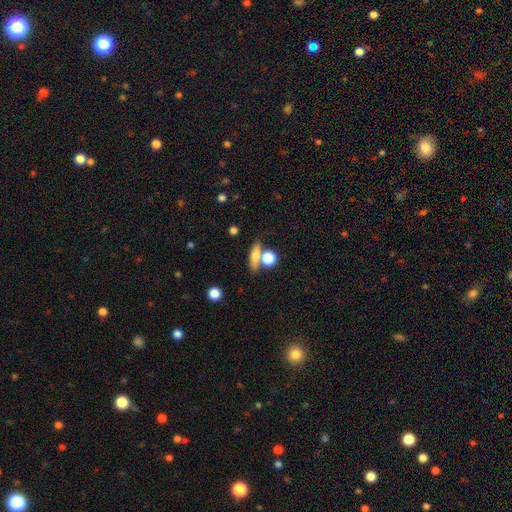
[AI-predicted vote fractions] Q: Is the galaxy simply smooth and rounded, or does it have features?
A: smooth — 64%.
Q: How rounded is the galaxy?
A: cigar-shaped — 41%.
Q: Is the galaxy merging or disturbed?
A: none — 58%.